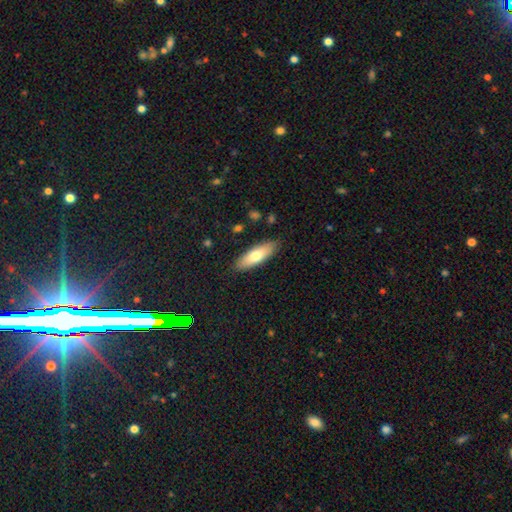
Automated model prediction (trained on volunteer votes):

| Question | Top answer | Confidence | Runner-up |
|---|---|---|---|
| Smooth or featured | smooth | 72% | featured or disk (22%) |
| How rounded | in between | 56% | cigar-shaped (43%) |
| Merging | none | 88% | minor disturbance (9%) |